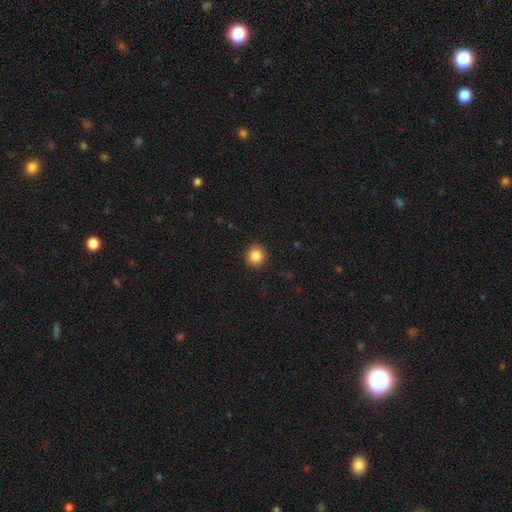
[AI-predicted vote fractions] A smooth galaxy with no disk features (86%) that is round (94%). Merging: none (92%).